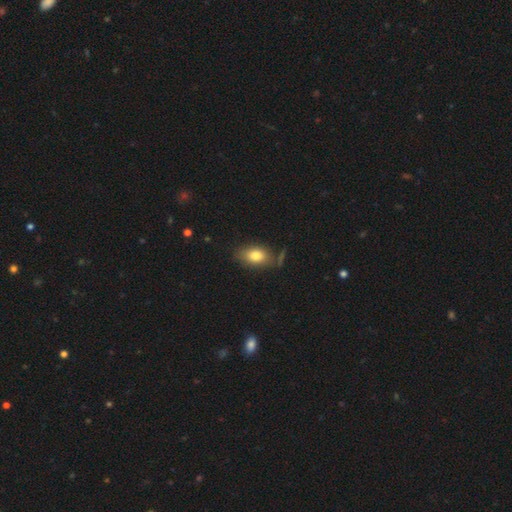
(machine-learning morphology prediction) A smooth galaxy with no disk features (80%) that is in between round and cigar-shaped (85%).

Vote fractions:
- Smooth or featured? smooth: 80% / featured or disk: 12% / star or artifact: 8%
- How rounded? in between: 85% / round: 12% / cigar-shaped: 3%
- Merging? none: 73% / minor disturbance: 16% / merger: 6% / major disturbance: 5%